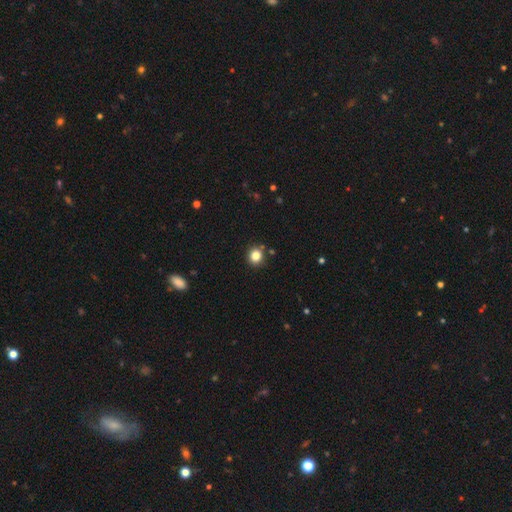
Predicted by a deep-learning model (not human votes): This is clearly a smooth galaxy (83%). How rounded: clearly round (84%). Merging: clearly none (85%).